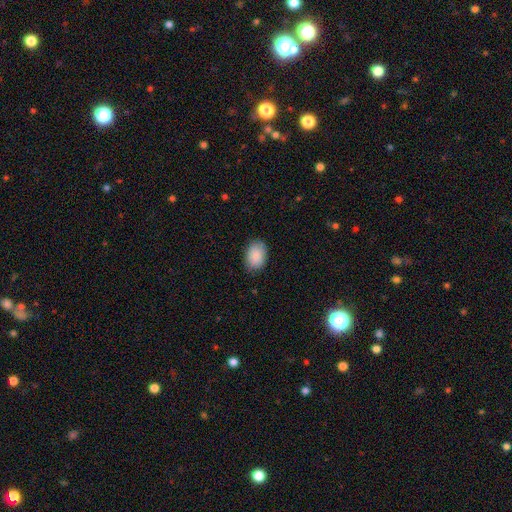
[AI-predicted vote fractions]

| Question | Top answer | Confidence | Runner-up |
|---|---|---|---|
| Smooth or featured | smooth | 89% | star or artifact (6%) |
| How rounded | in between | 84% | round (15%) |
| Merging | none | 84% | minor disturbance (13%) |